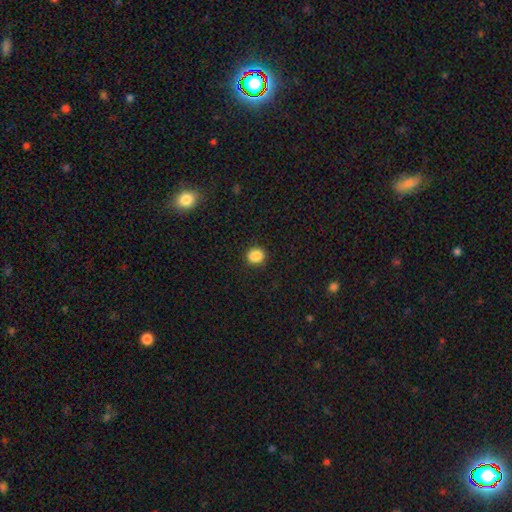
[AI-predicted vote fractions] Morphology: type=smooth (86%); roundness=round (71%); merging=none (84%).